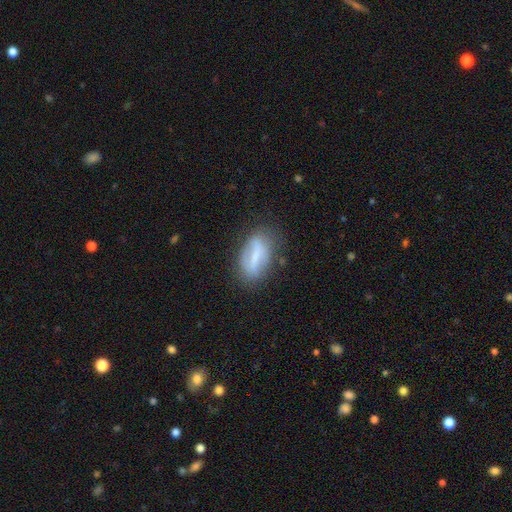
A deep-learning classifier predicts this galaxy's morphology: Q: Smooth or featured?
A: featured or disk (47%); runner-up: smooth (45%)
Q: Merging?
A: none (67%); runner-up: minor disturbance (22%)